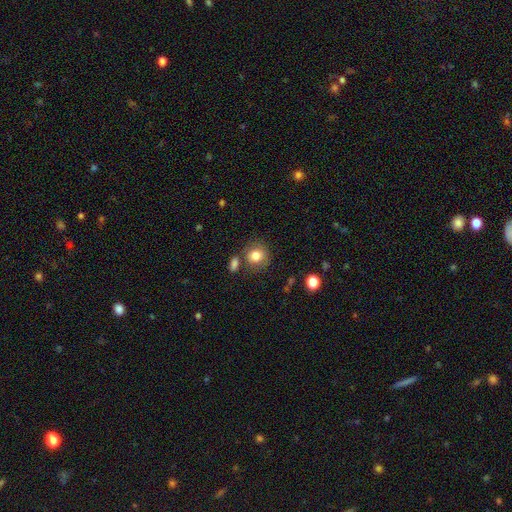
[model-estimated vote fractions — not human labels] A smooth galaxy with no disk features (81%) that is round (81%).

Vote fractions:
- Smooth or featured? smooth: 81% / star or artifact: 10% / featured or disk: 9%
- How rounded? round: 81% / in between: 18% / cigar-shaped: 1%
- Merging? none: 72% / minor disturbance: 14% / merger: 9% / major disturbance: 5%